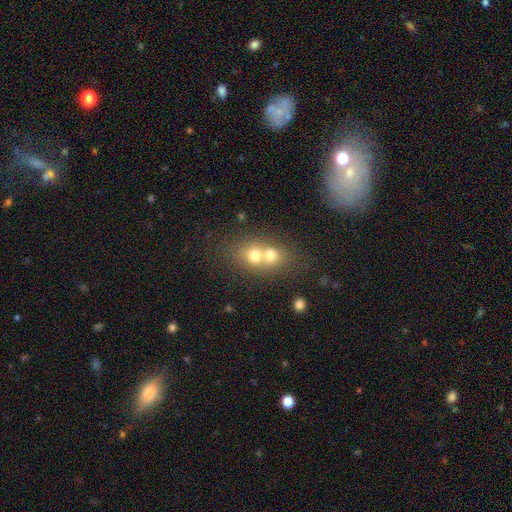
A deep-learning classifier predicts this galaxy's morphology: This appears to be a smooth galaxy with no disk features (67%) that is round (61%). Merging: merger (69%).